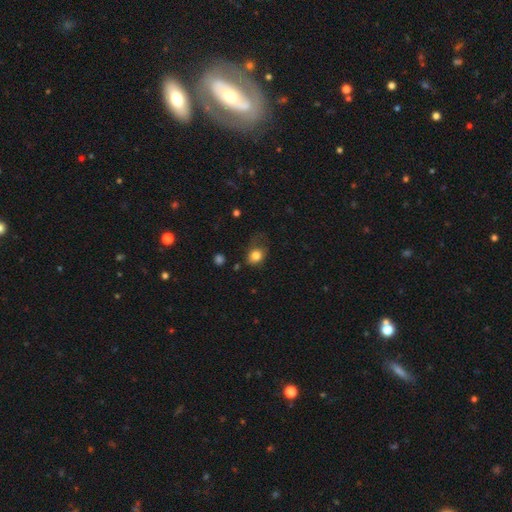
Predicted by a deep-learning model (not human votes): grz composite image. It shows a smooth galaxy with no disk features (81%) that is round (52%). Merging: none (42%).